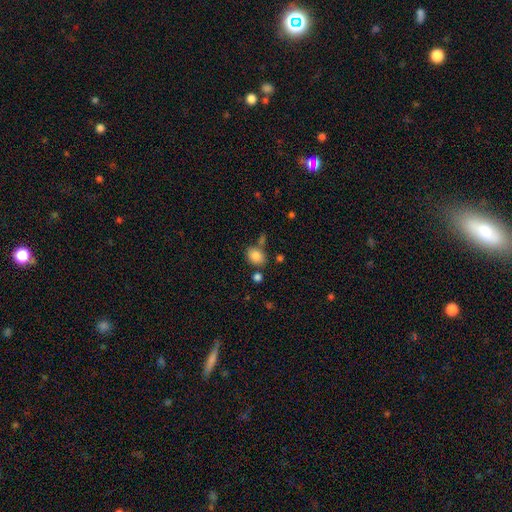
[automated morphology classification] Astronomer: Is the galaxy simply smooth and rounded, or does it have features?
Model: smooth — 84%.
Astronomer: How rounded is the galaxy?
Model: in between — 66%.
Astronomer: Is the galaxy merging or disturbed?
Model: none — 68%.